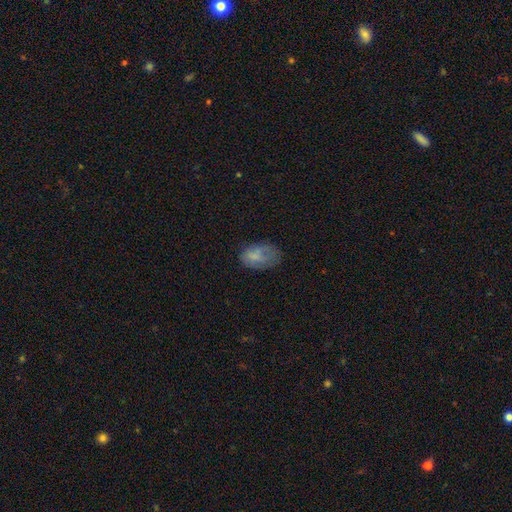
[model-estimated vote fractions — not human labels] smooth-or-featured: smooth: 70% | featured or disk: 20% | star or artifact: 10%
  how-rounded: in between: 89% | round: 9% | cigar-shaped: 1%
  merging: none: 49% | minor disturbance: 31% | major disturbance: 18% | merger: 2%